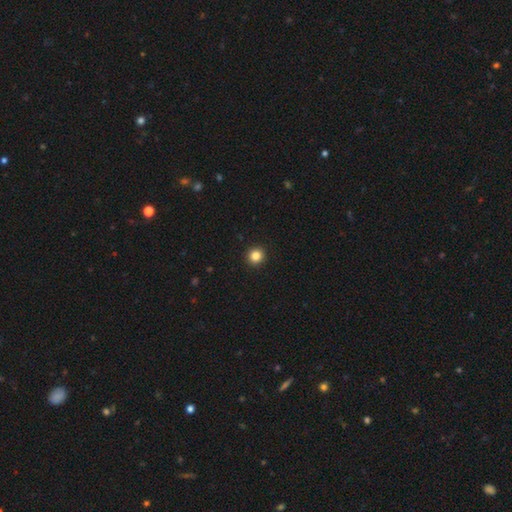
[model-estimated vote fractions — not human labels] Q: Smooth or featured?
A: smooth (84%); runner-up: star or artifact (11%)
Q: How rounded?
A: round (95%); runner-up: in between (4%)
Q: Merging?
A: none (94%); runner-up: minor disturbance (4%)